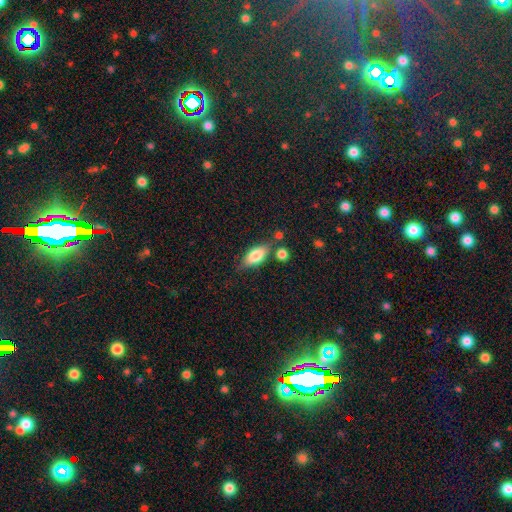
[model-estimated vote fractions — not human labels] Q: Smooth or featured?
A: smooth (75%); runner-up: featured or disk (18%)
Q: How rounded?
A: in between (82%); runner-up: cigar-shaped (15%)
Q: Merging?
A: none (69%); runner-up: minor disturbance (17%)